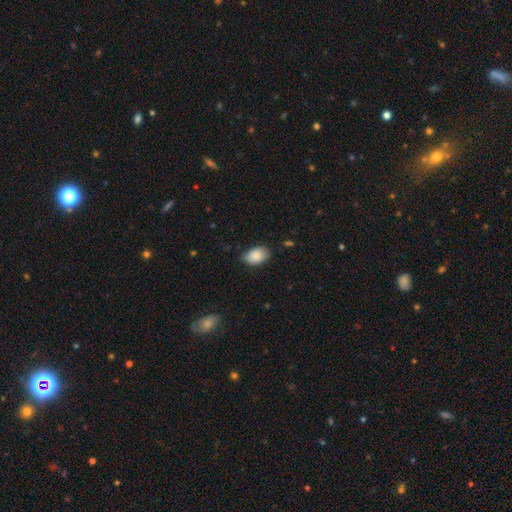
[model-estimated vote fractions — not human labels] A smooth galaxy with no disk features (86%) that is in between round and cigar-shaped (89%).

Vote fractions:
- Smooth or featured? smooth: 86% / featured or disk: 7% / star or artifact: 7%
- How rounded? in between: 89% / round: 9% / cigar-shaped: 1%
- Merging? none: 78% / minor disturbance: 18% / major disturbance: 3% / merger: 1%